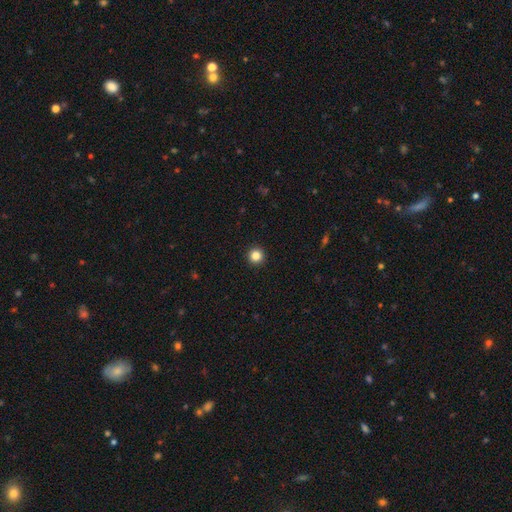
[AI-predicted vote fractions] Smooth or featured?
  - smooth: 84% *
  - star or artifact: 12%
  - featured or disk: 4%
How rounded?
  - round: 96% *
  - in between: 3%
  - cigar-shaped: 1%
Merging?
  - none: 94% *
  - minor disturbance: 4%
  - major disturbance: 1%
  - merger: 1%